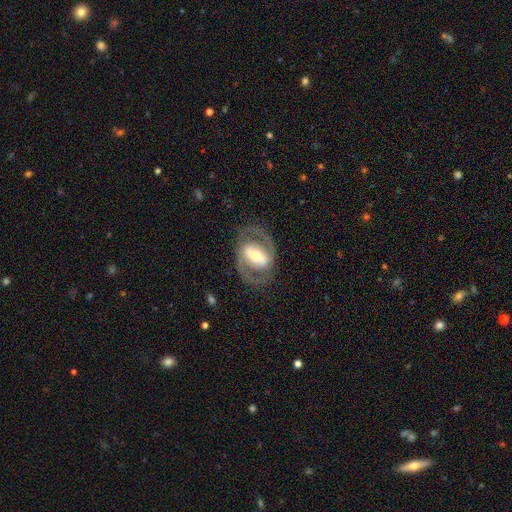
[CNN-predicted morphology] Smooth or featured?
  - featured or disk: 82% *
  - smooth: 13%
  - star or artifact: 5%
Edge-on disk?
  - no: 96% *
  - yes: 4%
Bar?
  - strong: 52% *
  - weak: 31%
  - no: 16%
Spiral arms?
  - yes: 79% *
  - no: 21%
Spiral winding?
  - medium: 52% *
  - tight: 32%
  - loose: 16%
Spiral arm count?
  - 2: 88% *
  - can't tell: 7%
  - 1: 2%
  - 3: 1%
  - 4: 1%
  - more than 4: 1%
Bulge size?
  - moderate: 59% *
  - small: 26%
  - large: 12%
  - dominant: 2%
  - none: 1%
Merging?
  - none: 79% *
  - minor disturbance: 11%
  - major disturbance: 8%
  - merger: 1%